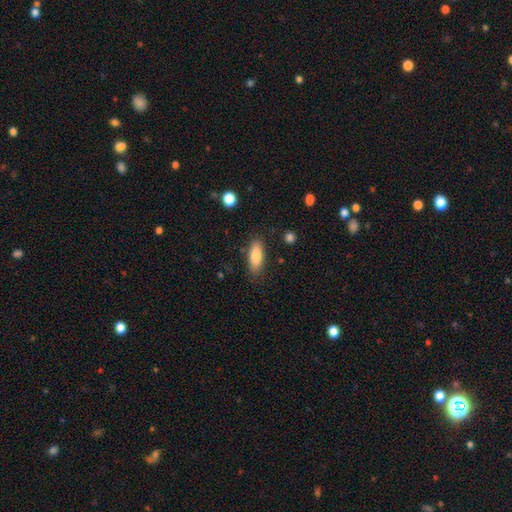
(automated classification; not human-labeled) smooth-or-featured: smooth: 84% | featured or disk: 9% | star or artifact: 6%
  how-rounded: in between: 70% | cigar-shaped: 28% | round: 2%
  merging: none: 82% | minor disturbance: 13% | major disturbance: 3% | merger: 2%